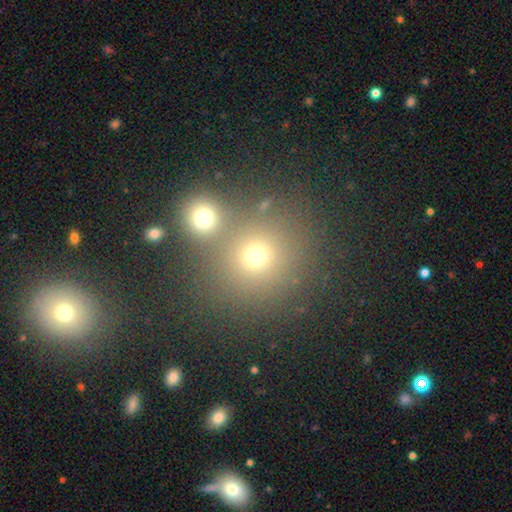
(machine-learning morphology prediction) A smooth galaxy with no disk features (67%) that is round (88%). Merging: none (64%).